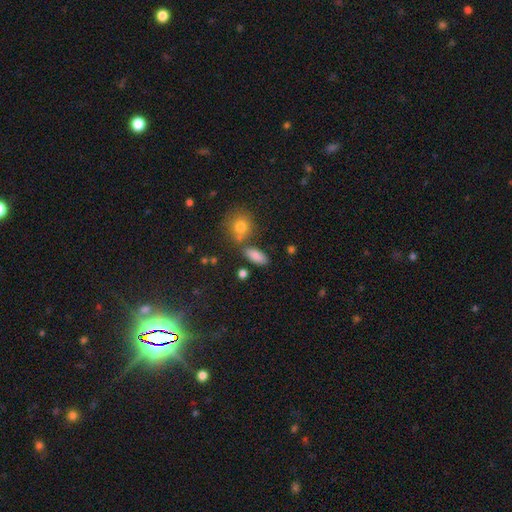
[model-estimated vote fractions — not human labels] Smooth or featured?
  - smooth: 85% *
  - star or artifact: 9%
  - featured or disk: 7%
How rounded?
  - in between: 84% *
  - cigar-shaped: 11%
  - round: 5%
Merging?
  - none: 72% *
  - minor disturbance: 13%
  - merger: 11%
  - major disturbance: 4%